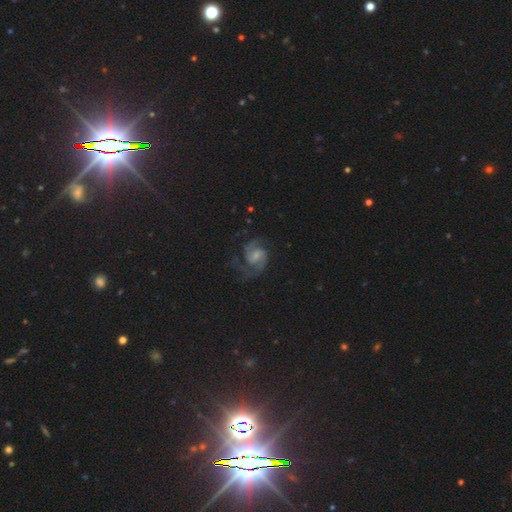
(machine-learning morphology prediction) Smooth or featured? Predicted: featured or disk (p=0.87). Edge-on disk? Predicted: no (p=0.98). Bar? Predicted: weak (p=0.50). Spiral arms? Predicted: yes (p=0.97). Spiral winding? Predicted: medium (p=0.57). Spiral arm count? Predicted: 2 (p=0.90). Bulge size? Predicted: small (p=0.51). Merging? Predicted: none (p=0.67).